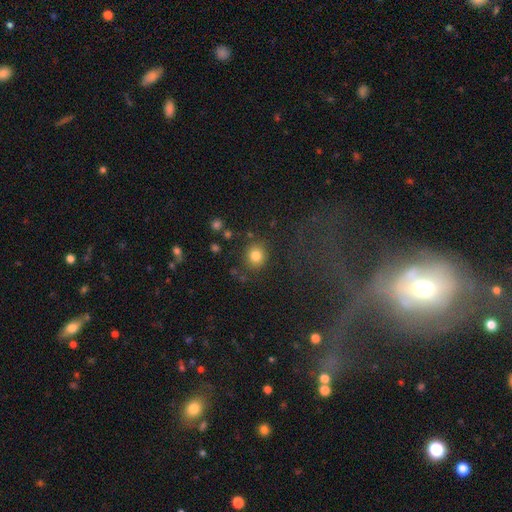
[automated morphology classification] smooth_or_featured: smooth (p=0.81) [alt: star or artifact p=0.12]
how_rounded: round (p=0.83) [alt: in between p=0.16]
merging: none (p=0.82) [alt: minor disturbance p=0.10]